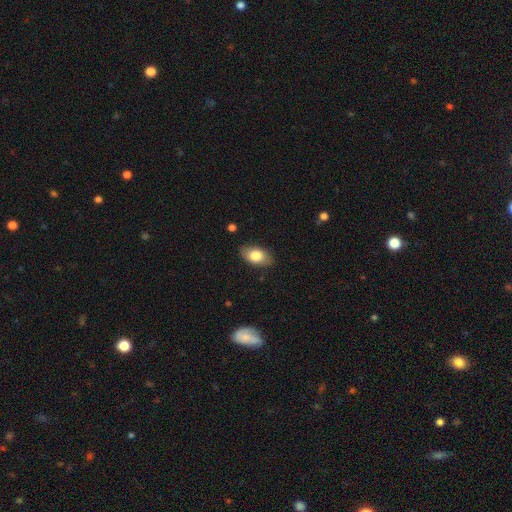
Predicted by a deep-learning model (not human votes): A smooth galaxy with no disk features (80%) that is in between round and cigar-shaped (90%). Merging: none (82%).